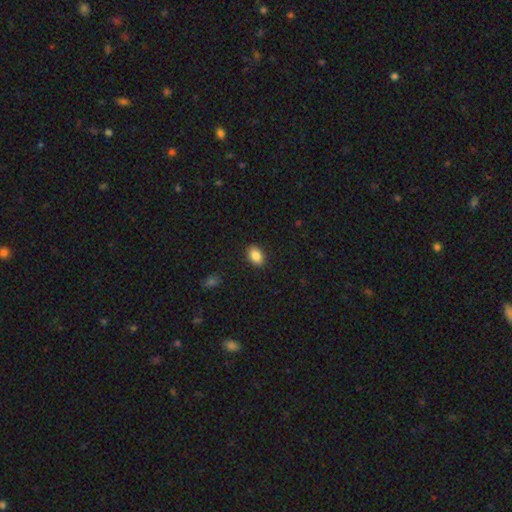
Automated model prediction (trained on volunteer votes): smooth-or-featured: smooth: 87% | star or artifact: 8% | featured or disk: 5%
  how-rounded: in between: 86% | round: 13% | cigar-shaped: 1%
  merging: none: 89% | minor disturbance: 8% | major disturbance: 2% | merger: 1%